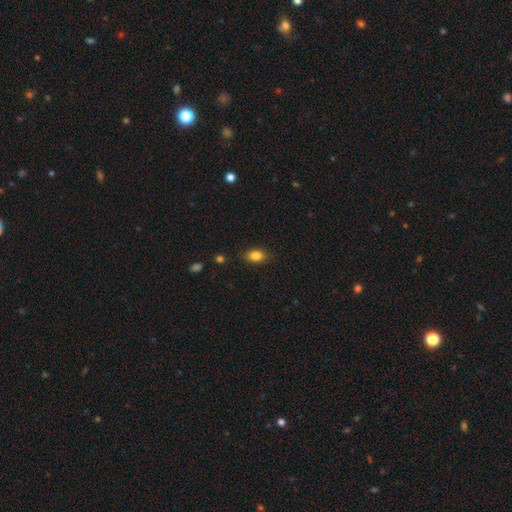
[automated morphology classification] Q: Smooth or featured?
A: smooth (84%); runner-up: star or artifact (9%)
Q: How rounded?
A: in between (80%); runner-up: round (18%)
Q: Merging?
A: none (85%); runner-up: minor disturbance (11%)